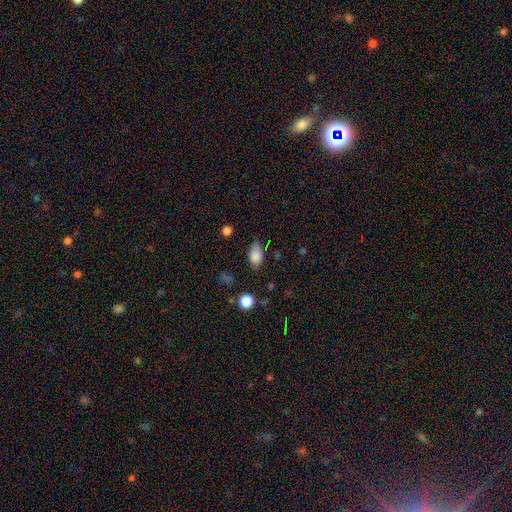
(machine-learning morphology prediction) Smooth or featured: smooth — 84% (star or artifact — 10%)
How rounded: in between — 87% (round — 11%)
Merging: none — 67% (minor disturbance — 26%)